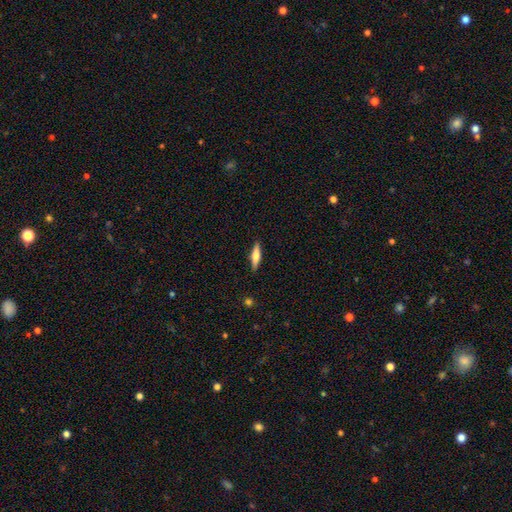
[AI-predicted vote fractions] This is possibly a smooth galaxy (57%). How rounded: likely cigar-shaped (72%). Merging: clearly none (89%).